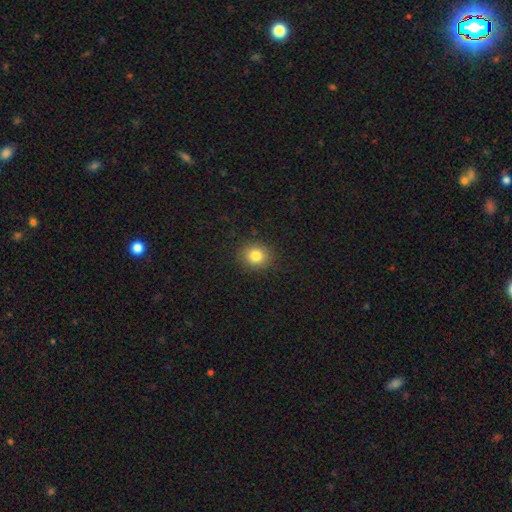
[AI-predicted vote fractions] smooth-or-featured: smooth: 82% | star or artifact: 11% | featured or disk: 7%
  how-rounded: round: 81% | in between: 18% | cigar-shaped: 1%
  merging: none: 89% | minor disturbance: 7% | major disturbance: 2% | merger: 1%